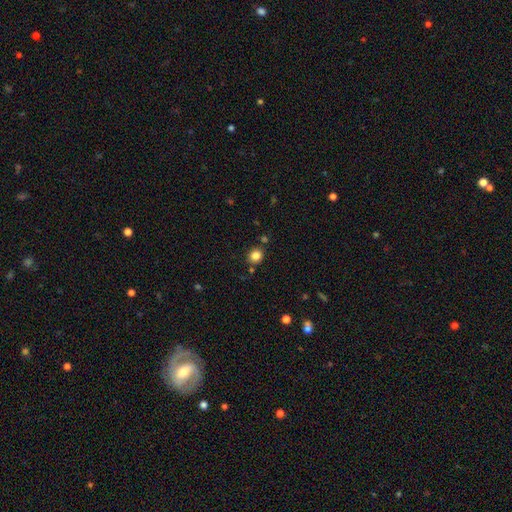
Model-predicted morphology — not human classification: A smooth galaxy with no disk features (83%) that is round (85%).

Vote fractions:
- Smooth or featured? smooth: 83% / star or artifact: 12% / featured or disk: 5%
- How rounded? round: 85% / in between: 14% / cigar-shaped: 1%
- Merging? none: 84% / minor disturbance: 8% / merger: 5% / major disturbance: 2%